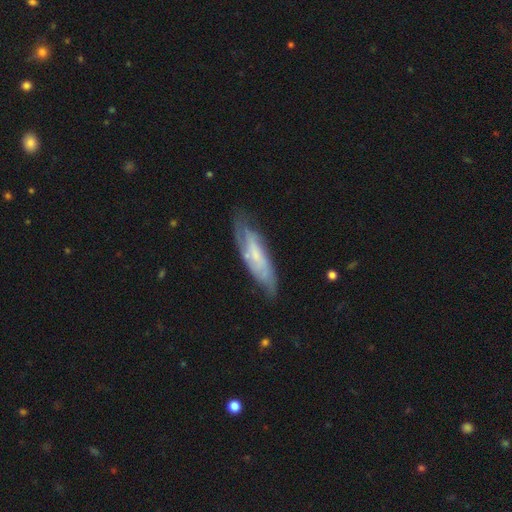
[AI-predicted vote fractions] Smooth or featured?
  - featured or disk: 66% *
  - smooth: 28%
  - star or artifact: 6%
Edge-on disk?
  - no: 74% *
  - yes: 26%
Merging?
  - none: 64% *
  - minor disturbance: 24%
  - major disturbance: 9%
  - merger: 2%